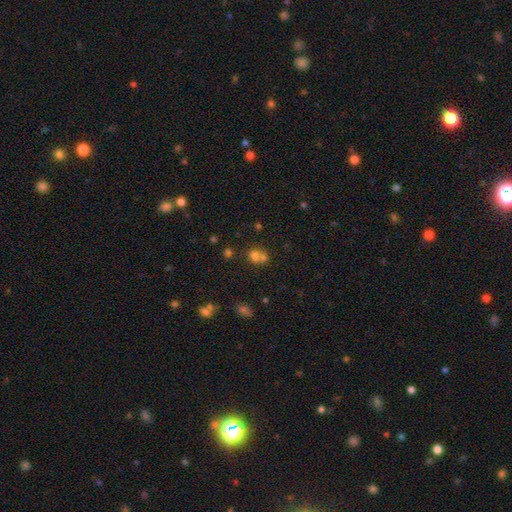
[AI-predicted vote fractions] The model was most divided on "merging": merger: 53%, none: 36%, minor disturbance: 7%, major disturbance: 4%. More confident: how rounded — round (70%); smooth or featured — smooth (65%).